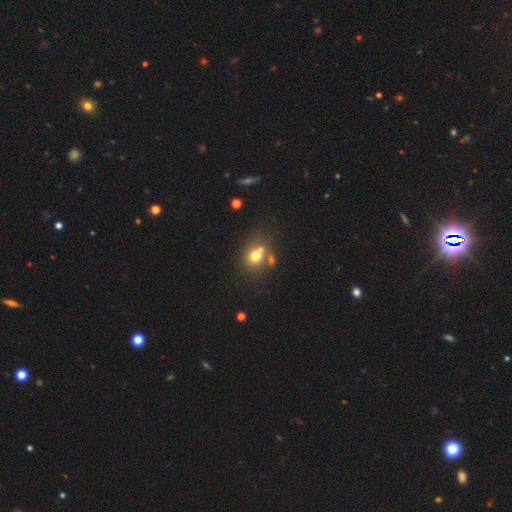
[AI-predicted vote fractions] Q: Smooth or featured?
A: smooth (72%); runner-up: featured or disk (14%)
Q: How rounded?
A: round (67%); runner-up: in between (32%)
Q: Merging?
A: none (51%); runner-up: merger (31%)